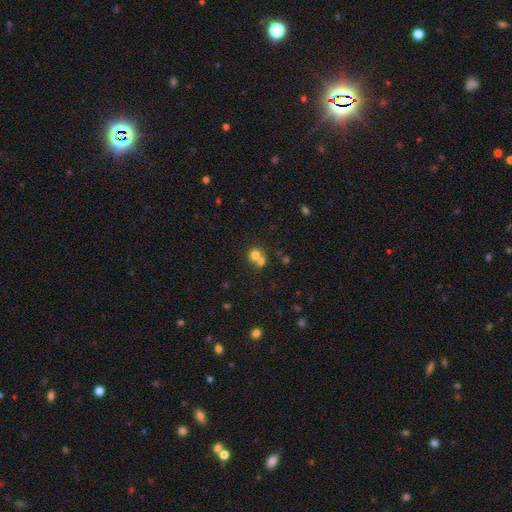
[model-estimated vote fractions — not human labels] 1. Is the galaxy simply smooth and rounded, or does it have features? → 74% smooth, 14% star or artifact, 12% featured or disk.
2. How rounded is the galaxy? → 83% round, 16% in between, 1% cigar-shaped.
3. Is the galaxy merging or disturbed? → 51% merger, 40% none, 6% minor disturbance, 3% major disturbance.